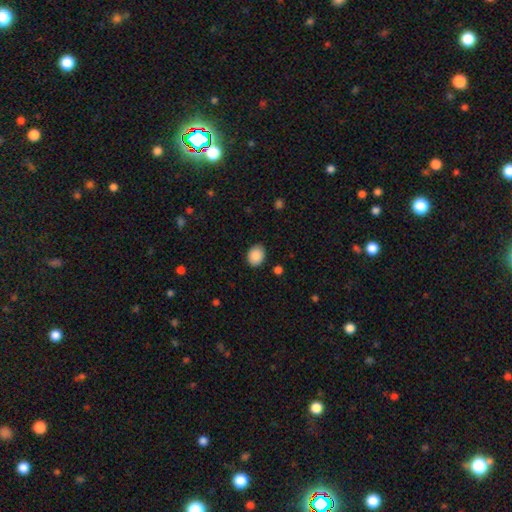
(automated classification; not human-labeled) This appears to be a smooth galaxy with no disk features (89%) that is round (50%). Merging: none (88%).